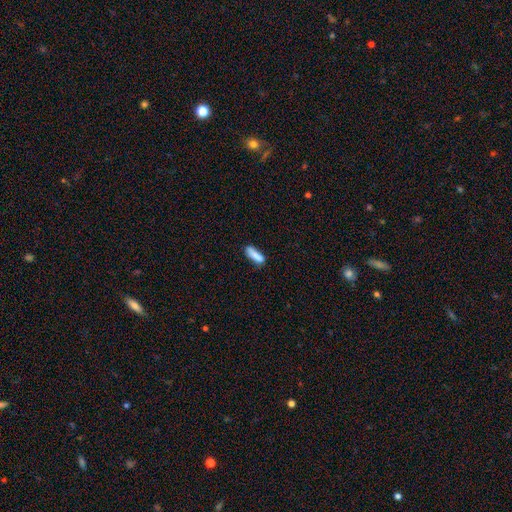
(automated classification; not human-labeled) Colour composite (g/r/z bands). It shows a smooth galaxy with no disk features (84%) that is cigar-shaped (60%). Merging: none (65%).